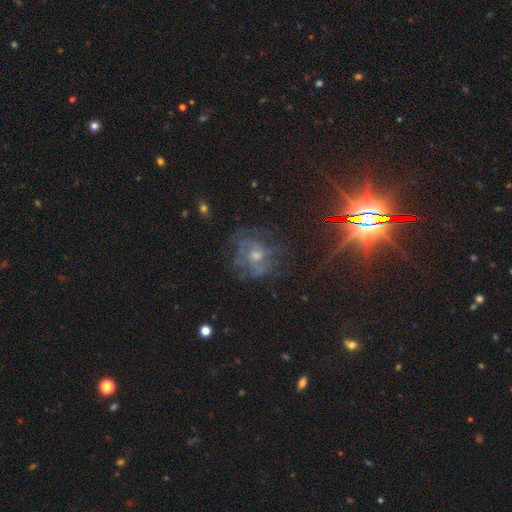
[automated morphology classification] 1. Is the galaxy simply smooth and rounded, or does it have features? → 57% featured or disk, 24% star or artifact, 19% smooth.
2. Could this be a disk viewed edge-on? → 96% no, 4% yes.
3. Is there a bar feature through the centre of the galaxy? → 80% no, 16% weak, 3% strong.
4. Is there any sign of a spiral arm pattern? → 64% yes, 36% no.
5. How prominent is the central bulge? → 52% moderate, 37% small, 5% none, 5% large, 1% dominant.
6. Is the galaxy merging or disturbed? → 60% none, 19% major disturbance, 18% minor disturbance, 2% merger.